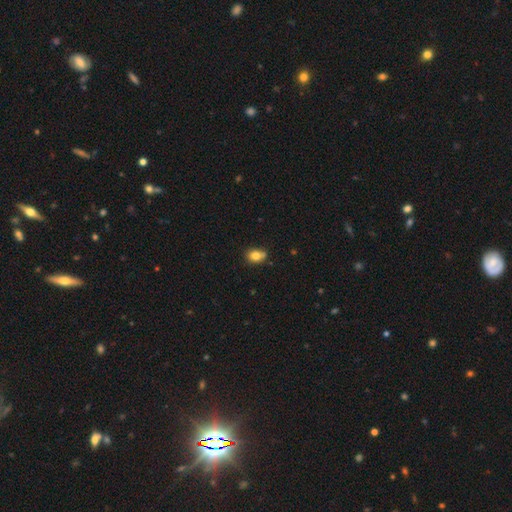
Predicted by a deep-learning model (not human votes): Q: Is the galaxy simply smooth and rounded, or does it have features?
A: smooth — 81%.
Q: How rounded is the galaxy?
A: in between — 61%.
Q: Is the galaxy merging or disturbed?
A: none — 60%.